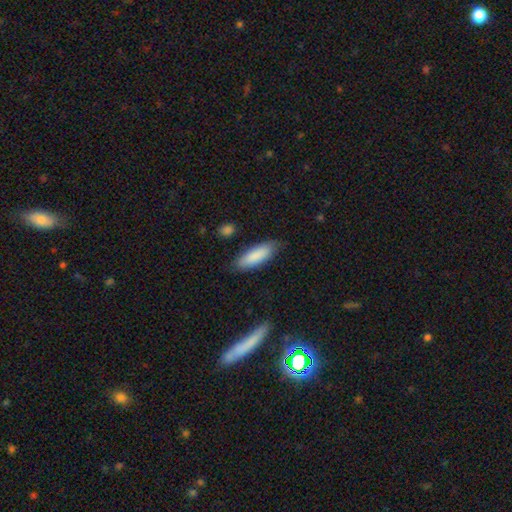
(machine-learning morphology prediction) smooth 87%, featured or disk 7%, star or artifact 6%. Down the decision tree: how rounded — in between (60%); merging — none (82%).